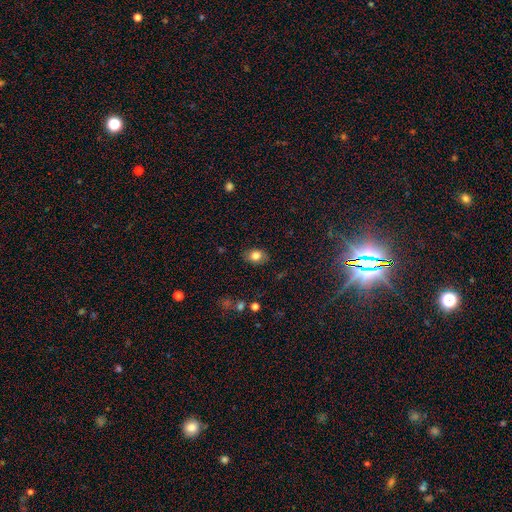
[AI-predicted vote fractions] This is clearly a smooth galaxy (81%). How rounded: likely in between (68%). Merging: clearly none (84%).